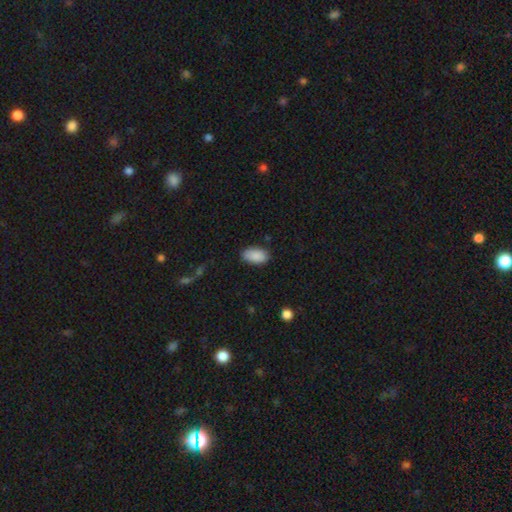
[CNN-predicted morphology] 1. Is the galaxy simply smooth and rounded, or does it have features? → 89% smooth, 7% star or artifact, 4% featured or disk.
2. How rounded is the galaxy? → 94% in between, 4% round, 2% cigar-shaped.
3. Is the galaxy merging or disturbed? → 81% none, 15% minor disturbance, 3% major disturbance, 1% merger.